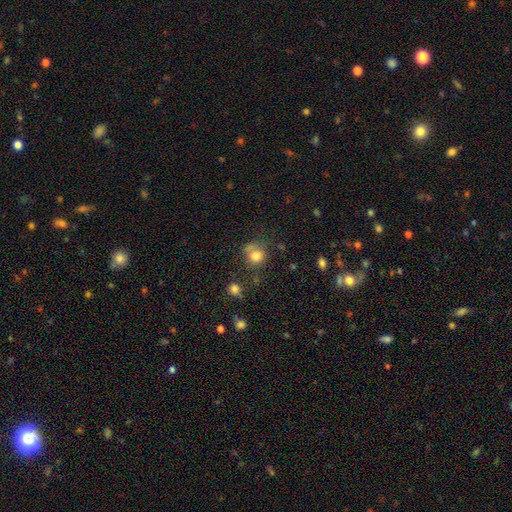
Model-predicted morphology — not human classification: Smooth or featured? Predicted: smooth (p=0.78). How rounded? Predicted: round (p=0.81). Merging? Predicted: none (p=0.56).